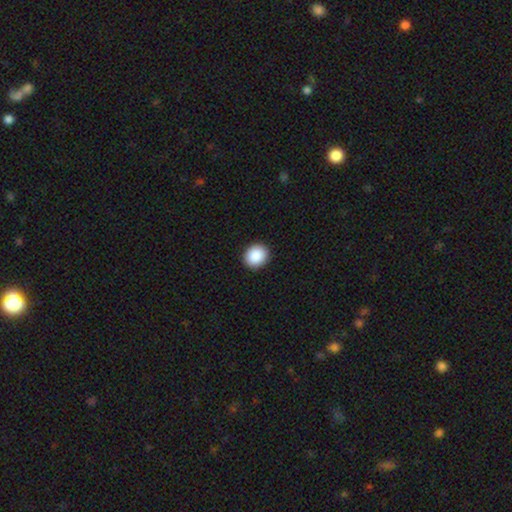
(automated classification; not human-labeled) A smooth galaxy with no disk features (89%) that is round (75%).

Vote fractions:
- Smooth or featured? smooth: 89% / star or artifact: 8% / featured or disk: 3%
- How rounded? round: 75% / in between: 25% / cigar-shaped: 1%
- Merging? none: 92% / minor disturbance: 5% / major disturbance: 2% / merger: 1%